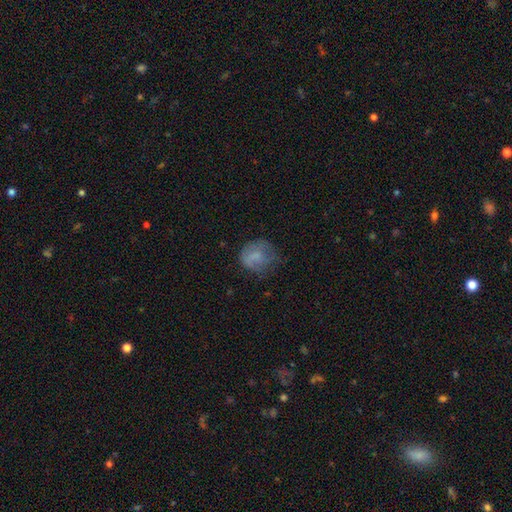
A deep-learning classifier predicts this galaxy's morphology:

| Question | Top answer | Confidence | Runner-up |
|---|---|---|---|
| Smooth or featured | smooth | 63% | featured or disk (27%) |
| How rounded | round | 74% | in between (25%) |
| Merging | none | 50% | minor disturbance (28%) |